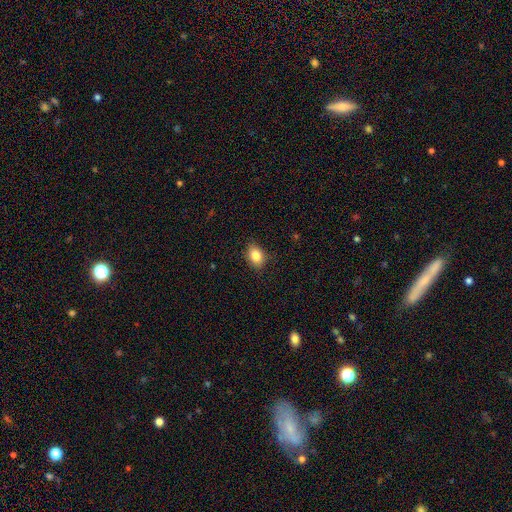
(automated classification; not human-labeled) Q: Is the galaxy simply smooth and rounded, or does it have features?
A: smooth — 84%.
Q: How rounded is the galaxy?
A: in between — 64%.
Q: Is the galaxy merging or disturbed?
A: none — 83%.